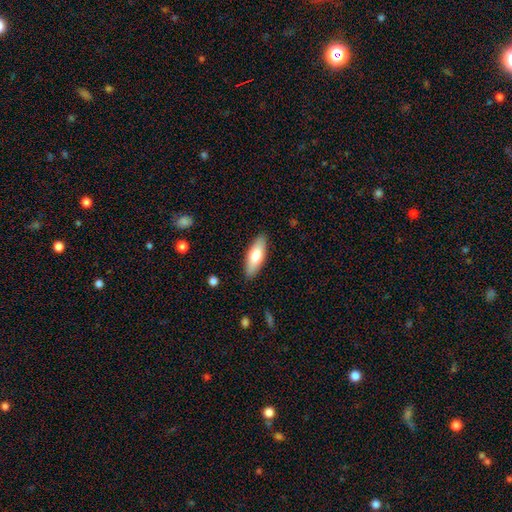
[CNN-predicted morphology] type=smooth (68%); roundness=in between (67%); merging=none (88%).